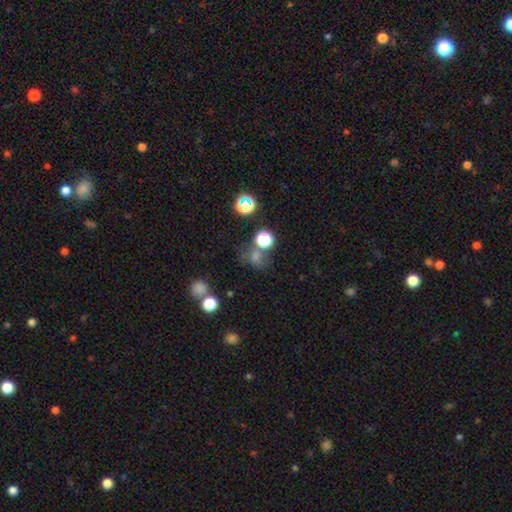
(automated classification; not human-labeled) Smooth or featured?
  - smooth: 54% *
  - star or artifact: 35%
  - featured or disk: 11%
How rounded?
  - round: 74% *
  - in between: 24%
  - cigar-shaped: 2%
Merging?
  - none: 57% *
  - merger: 18%
  - minor disturbance: 15%
  - major disturbance: 10%